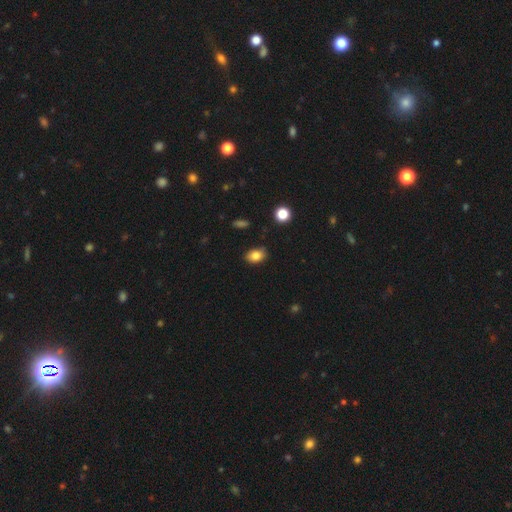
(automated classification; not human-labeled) This appears to be a smooth galaxy with no disk features (83%) that is in between round and cigar-shaped (79%). Merging: none (84%).